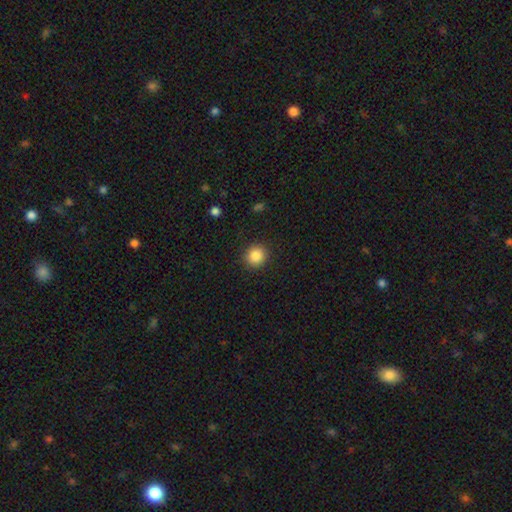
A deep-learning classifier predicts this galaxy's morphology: Smooth or featured? Predicted: smooth (p=0.86). How rounded? Predicted: round (p=0.90). Merging? Predicted: none (p=0.91).